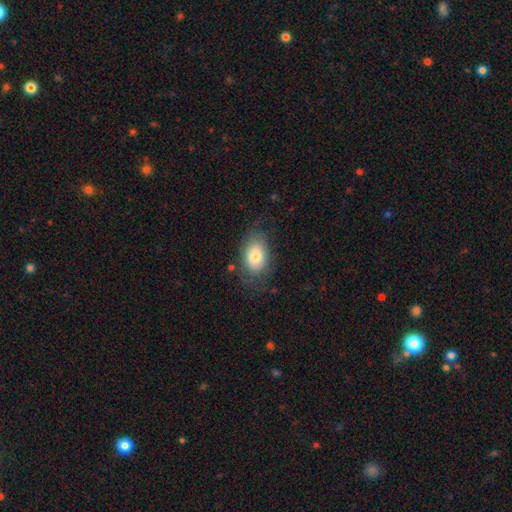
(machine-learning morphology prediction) Smooth or featured? smooth (78%)
How rounded? in between (88%)
Merging? none (70%)